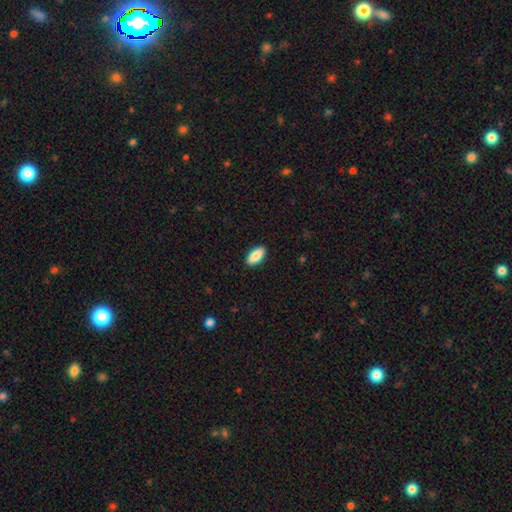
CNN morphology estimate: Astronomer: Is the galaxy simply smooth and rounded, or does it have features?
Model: smooth — 87%.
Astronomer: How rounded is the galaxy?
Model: in between — 87%.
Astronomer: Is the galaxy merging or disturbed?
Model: none — 90%.